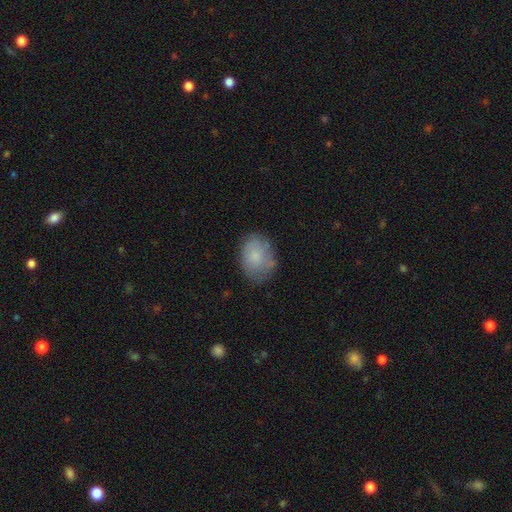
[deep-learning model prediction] Smooth or featured? smooth (73%)
How rounded? in between (75%)
Merging? none (69%)